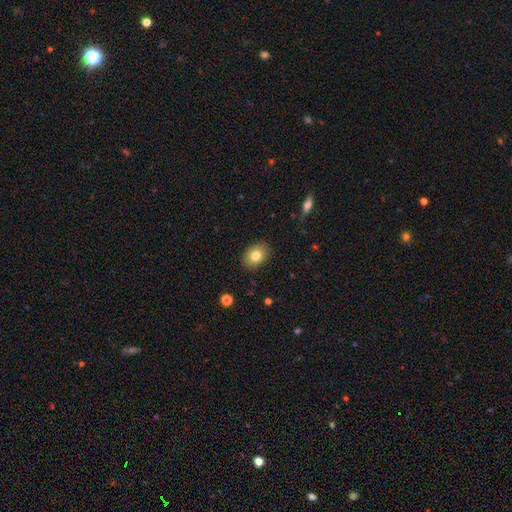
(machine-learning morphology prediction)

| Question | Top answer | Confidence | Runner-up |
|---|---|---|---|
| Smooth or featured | smooth | 80% | featured or disk (12%) |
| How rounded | in between | 69% | round (30%) |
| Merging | none | 88% | minor disturbance (9%) |